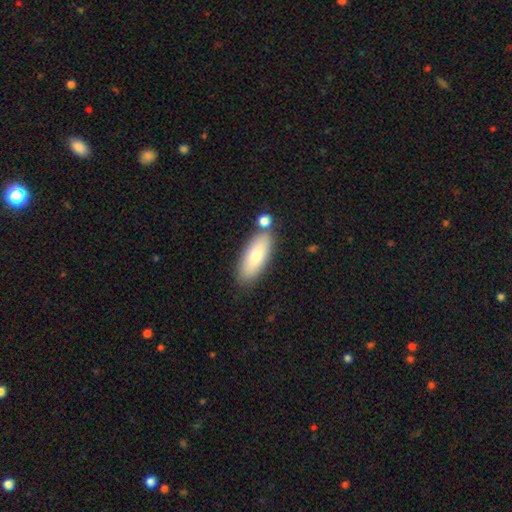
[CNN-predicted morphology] smooth-or-featured: smooth: 76% | featured or disk: 17% | star or artifact: 6%
  how-rounded: in between: 75% | cigar-shaped: 23% | round: 2%
  merging: none: 75% | minor disturbance: 11% | merger: 11% | major disturbance: 3%